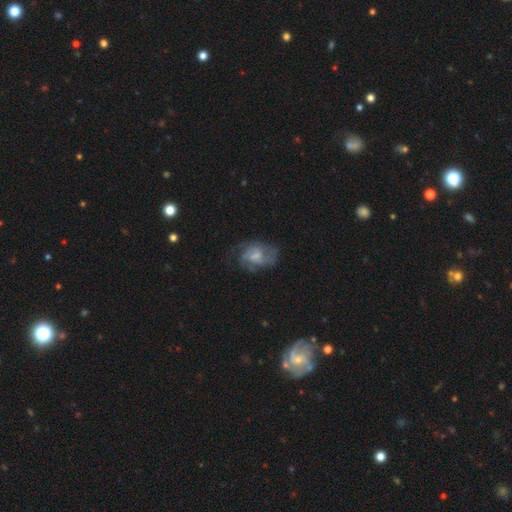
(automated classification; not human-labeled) featured or disk 67%, smooth 26%, star or artifact 8%. Down the decision tree: edge-on disk — no (97%); bar — weak (50%); spiral arms — yes (85%); spiral arm count — 2 (39%); spiral winding — medium (47%); bulge size — small (35%); merging — none (56%).